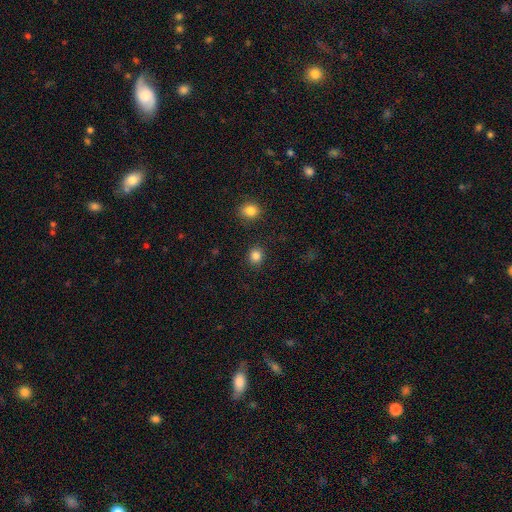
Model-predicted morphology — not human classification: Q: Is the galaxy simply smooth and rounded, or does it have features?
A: smooth — 85%.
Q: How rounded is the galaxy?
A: round — 83%.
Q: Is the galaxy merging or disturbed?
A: none — 88%.